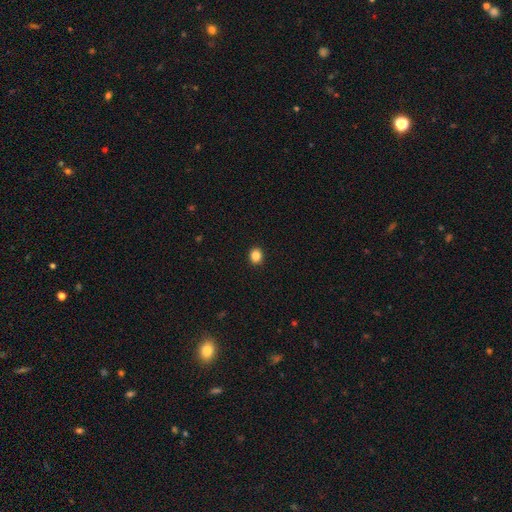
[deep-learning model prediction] Smooth or featured: smooth — 85% (star or artifact — 11%)
How rounded: round — 73% (in between — 26%)
Merging: none — 92% (minor disturbance — 5%)